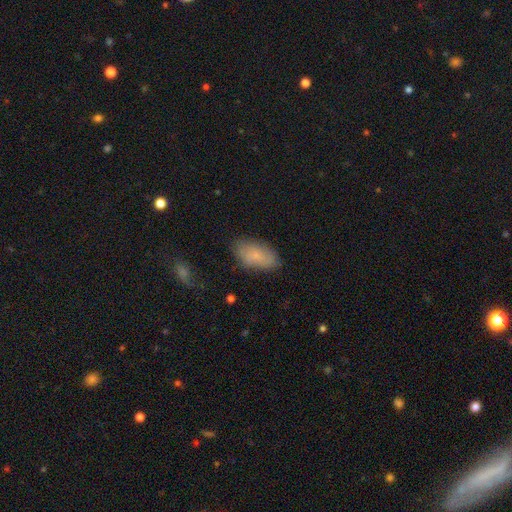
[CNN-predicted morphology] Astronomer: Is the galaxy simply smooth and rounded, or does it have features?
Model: smooth — 71%.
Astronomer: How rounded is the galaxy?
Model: in between — 93%.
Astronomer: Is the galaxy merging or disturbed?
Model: none — 77%.